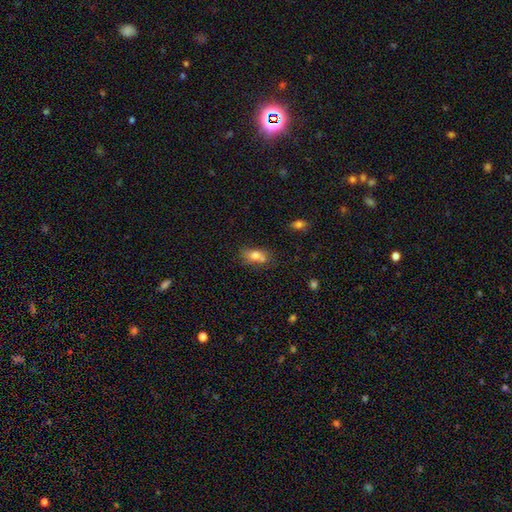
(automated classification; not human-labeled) Q: Smooth or featured?
A: smooth (74%); runner-up: featured or disk (15%)
Q: How rounded?
A: in between (74%); runner-up: round (21%)
Q: Merging?
A: none (42%); runner-up: merger (34%)